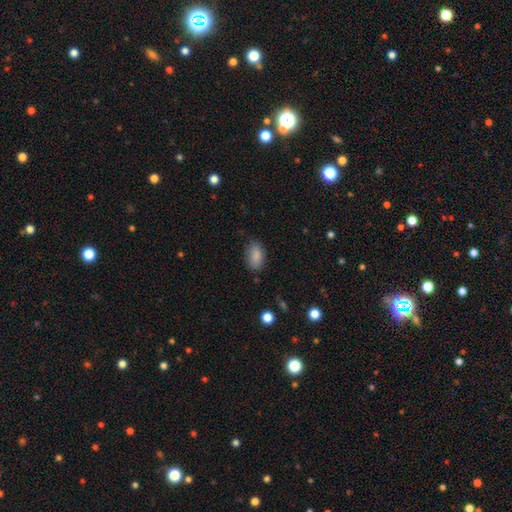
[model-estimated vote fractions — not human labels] Smooth or featured? Predicted: smooth (p=0.88). How rounded? Predicted: in between (p=0.92). Merging? Predicted: none (p=0.81).